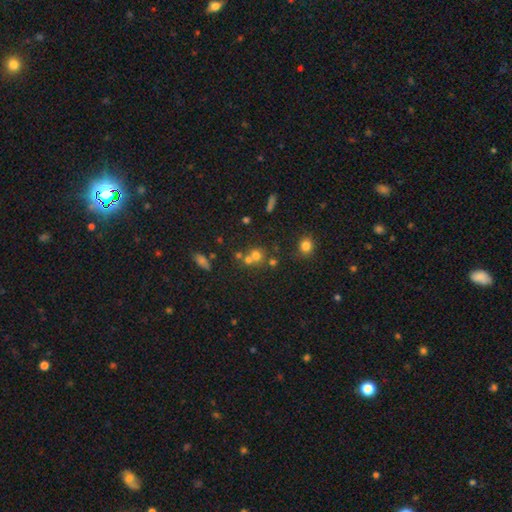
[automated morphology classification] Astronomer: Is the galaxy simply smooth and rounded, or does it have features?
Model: smooth — 63%.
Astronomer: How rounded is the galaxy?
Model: round — 84%.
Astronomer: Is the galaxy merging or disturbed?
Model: merger — 45% (runner-up: none, 44%).